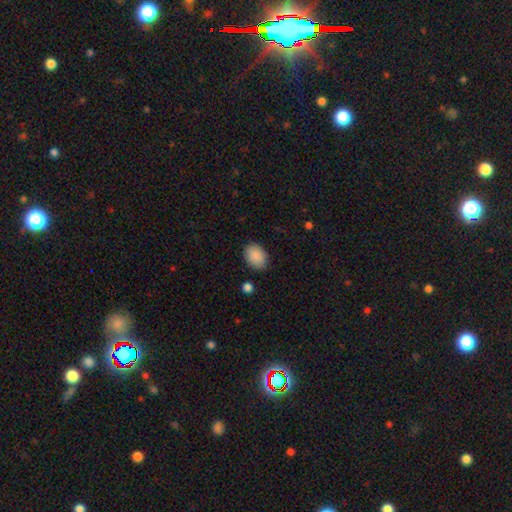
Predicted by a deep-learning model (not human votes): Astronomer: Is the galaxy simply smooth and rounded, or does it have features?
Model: smooth — 89%.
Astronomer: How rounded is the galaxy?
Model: in between — 78%.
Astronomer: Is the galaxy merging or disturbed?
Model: none — 83%.